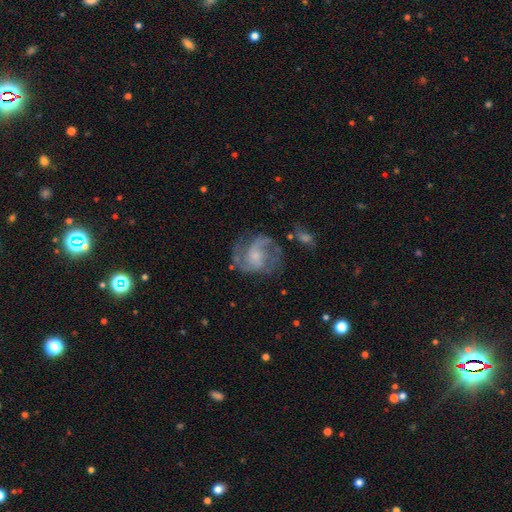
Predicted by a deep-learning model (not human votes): smooth_or_featured: featured or disk (p=0.82) [alt: smooth p=0.11]
disk_edge_on: no (p=0.98) [alt: yes p=0.02]
bar: no (p=0.58) [alt: weak p=0.36]
has_spiral_arms: yes (p=0.93) [alt: no p=0.07]
spiral_winding: medium (p=0.52) [alt: tight p=0.24]
spiral_arm_count: 2 (p=0.63) [alt: 3 p=0.13]
bulge_size: small (p=0.48) [alt: moderate p=0.31]
merging: none (p=0.59) [alt: minor disturbance p=0.19]